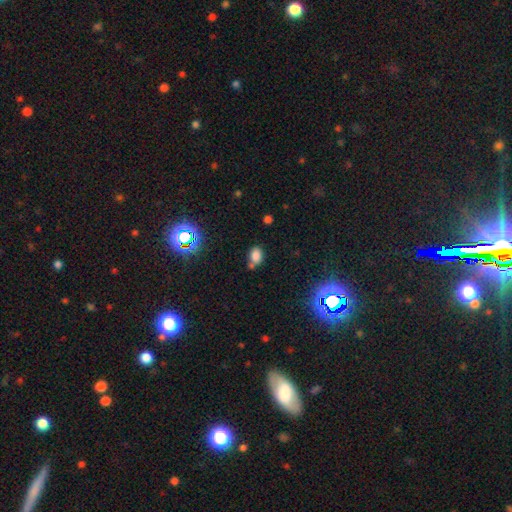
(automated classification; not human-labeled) A smooth galaxy with no disk features (74%) that is in between round and cigar-shaped (72%). Merging: none (56%).